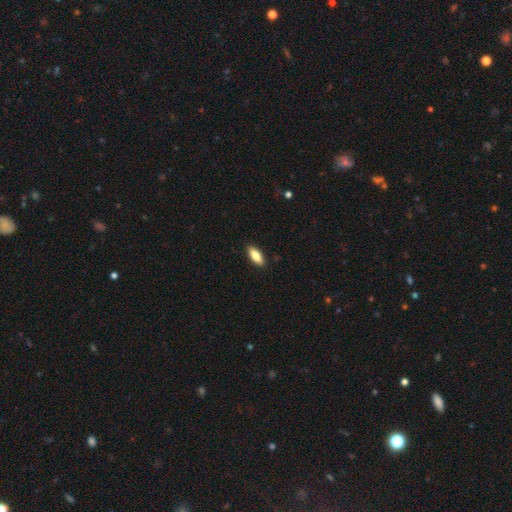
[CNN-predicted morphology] Smooth or featured: smooth — 80% (featured or disk — 14%)
How rounded: in between — 77% (cigar-shaped — 20%)
Merging: none — 89% (minor disturbance — 8%)